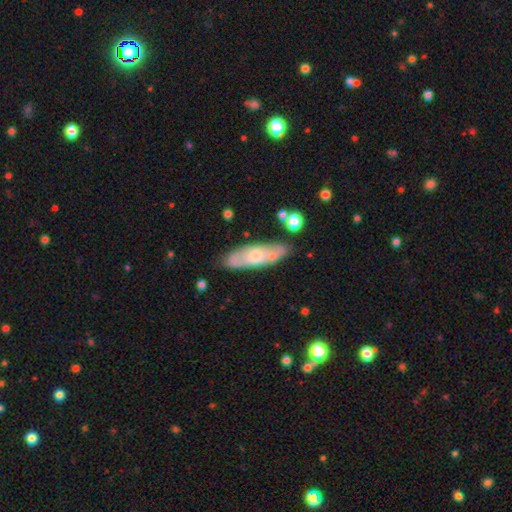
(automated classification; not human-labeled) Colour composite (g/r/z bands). It shows a featured or disk galaxy (47%, tied with smooth). Merging: none (66%).